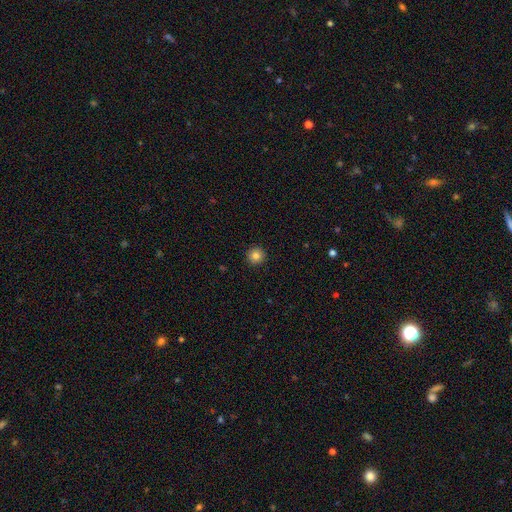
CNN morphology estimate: Smooth or featured?
  - smooth: 83% *
  - star or artifact: 11%
  - featured or disk: 6%
How rounded?
  - round: 95% *
  - in between: 4%
  - cigar-shaped: 1%
Merging?
  - none: 93% *
  - minor disturbance: 5%
  - major disturbance: 2%
  - merger: 1%